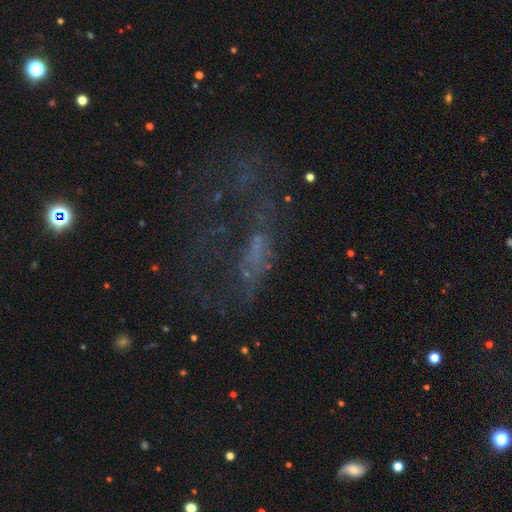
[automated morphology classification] A featured or disk galaxy (44%).

Vote fractions:
- Smooth or featured? featured or disk: 44% / star or artifact: 33% / smooth: 23%
- Merging? major disturbance: 48% / none: 33% / minor disturbance: 13% / merger: 6%